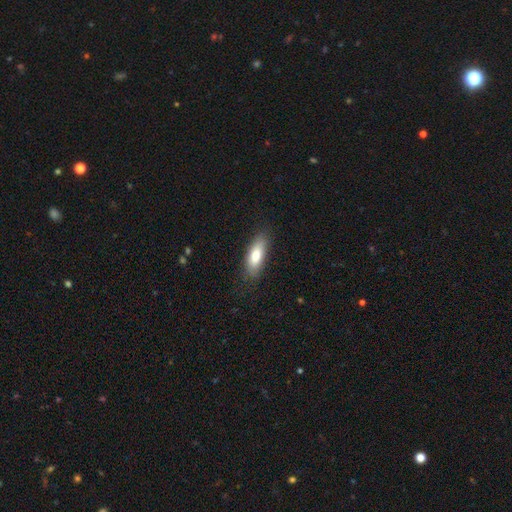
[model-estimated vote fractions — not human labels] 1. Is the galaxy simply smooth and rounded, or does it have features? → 76% smooth, 17% featured or disk, 7% star or artifact.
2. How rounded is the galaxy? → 71% in between, 26% cigar-shaped, 2% round.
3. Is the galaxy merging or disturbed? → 81% none, 14% minor disturbance, 4% major disturbance, 1% merger.